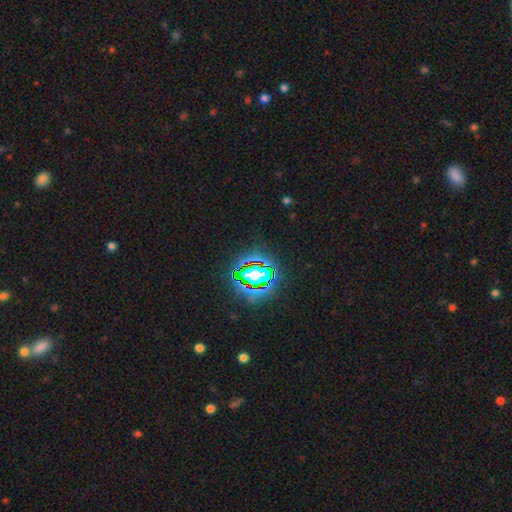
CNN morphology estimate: Smooth or featured?
  - star or artifact: 80% *
  - smooth: 12%
  - featured or disk: 8%